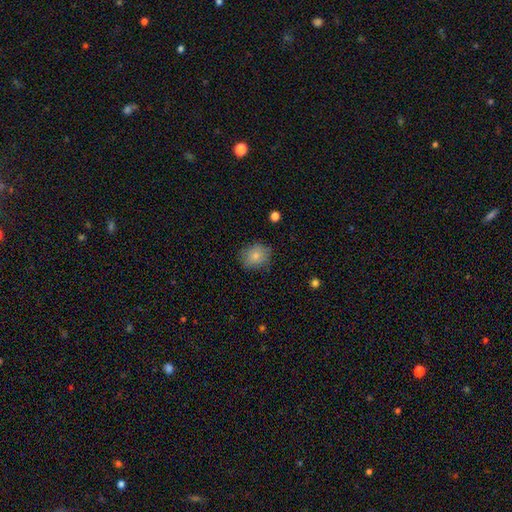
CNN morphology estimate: Q: Smooth or featured?
A: smooth (81%); runner-up: featured or disk (10%)
Q: How rounded?
A: round (60%); runner-up: in between (39%)
Q: Merging?
A: none (79%); runner-up: minor disturbance (16%)